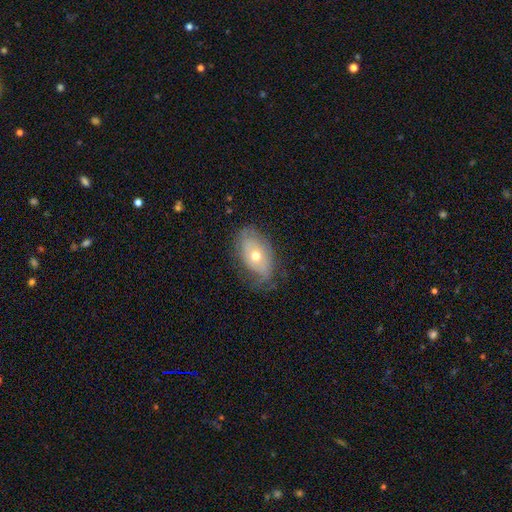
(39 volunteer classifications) Morphology: type=smooth (54%); roundness=in between (81%); merging=none (65%).